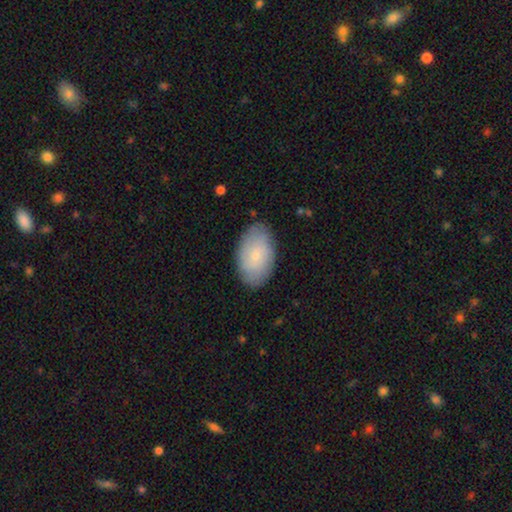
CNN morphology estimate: smooth 71%, featured or disk 23%, star or artifact 6%. Down the decision tree: how rounded — in between (93%); merging — none (83%).